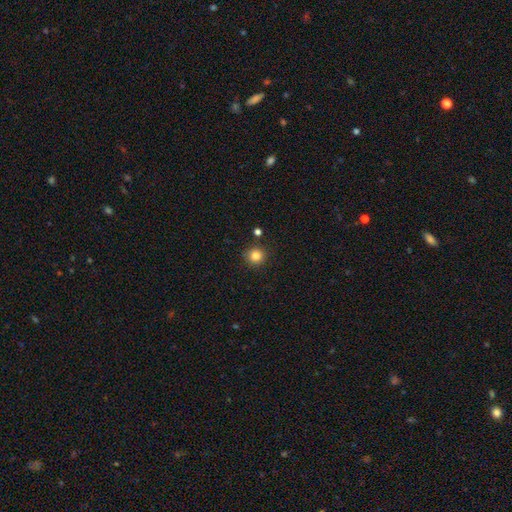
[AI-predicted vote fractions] Smooth or featured? Predicted: smooth (p=0.83). How rounded? Predicted: round (p=0.94). Merging? Predicted: none (p=0.89).